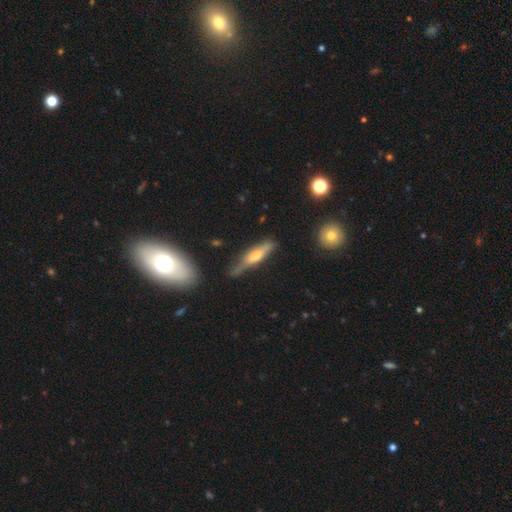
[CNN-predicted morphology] smooth-or-featured: featured or disk: 50% | smooth: 43% | star or artifact: 7%
  merging: none: 66% | minor disturbance: 24% | major disturbance: 6% | merger: 4%